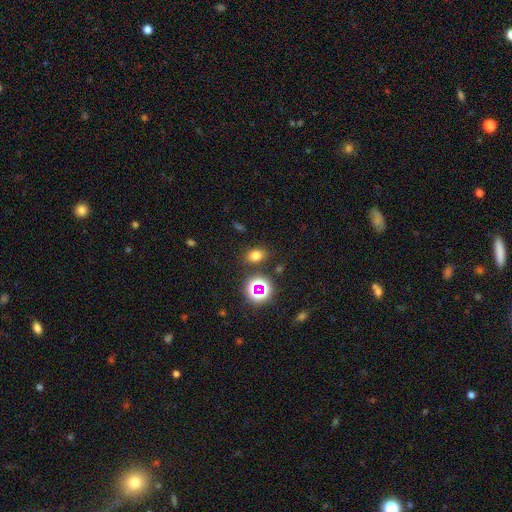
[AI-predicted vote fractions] smooth 71%, star or artifact 22%, featured or disk 7%. Down the decision tree: how rounded — in between (66%); merging — none (83%).